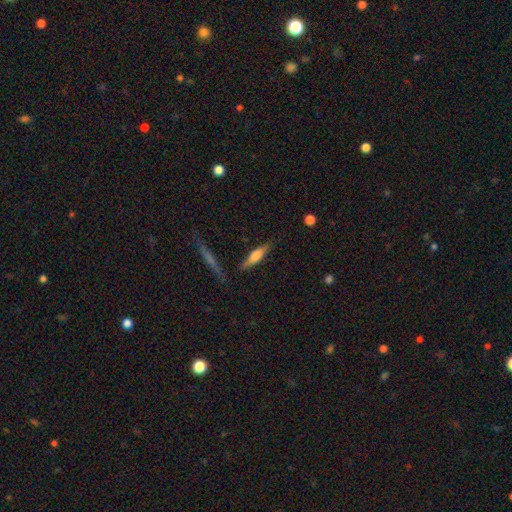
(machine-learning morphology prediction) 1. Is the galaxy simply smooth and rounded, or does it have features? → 59% smooth, 34% featured or disk, 6% star or artifact.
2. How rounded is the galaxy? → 72% cigar-shaped, 26% in between, 2% round.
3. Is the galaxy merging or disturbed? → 80% none, 13% minor disturbance, 3% merger, 3% major disturbance.